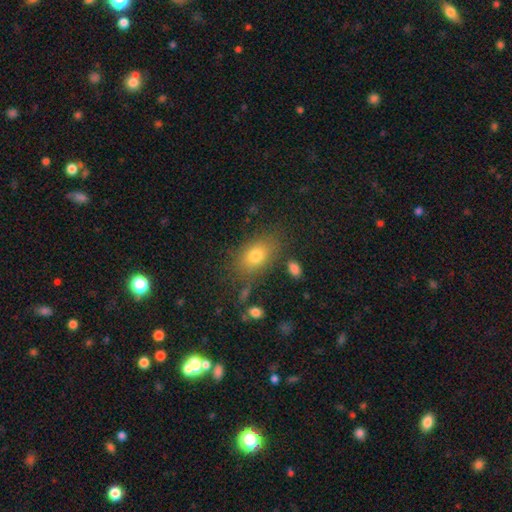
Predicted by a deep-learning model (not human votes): Q: Smooth or featured?
A: smooth (77%); runner-up: featured or disk (12%)
Q: How rounded?
A: in between (80%); runner-up: round (18%)
Q: Merging?
A: none (75%); runner-up: minor disturbance (15%)